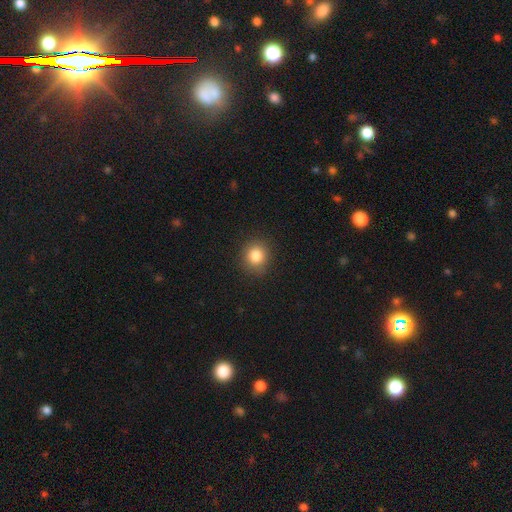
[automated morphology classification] Overall: smooth (83%). How rounded: round (85%). Merging: none (90%).